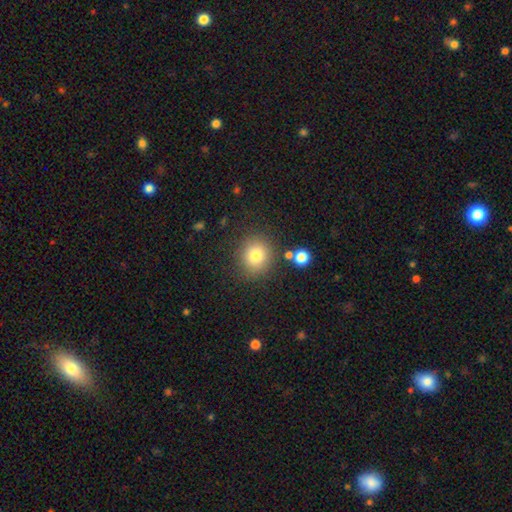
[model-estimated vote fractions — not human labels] A smooth galaxy with no disk features (79%) that is round (87%). Merging: none (83%).